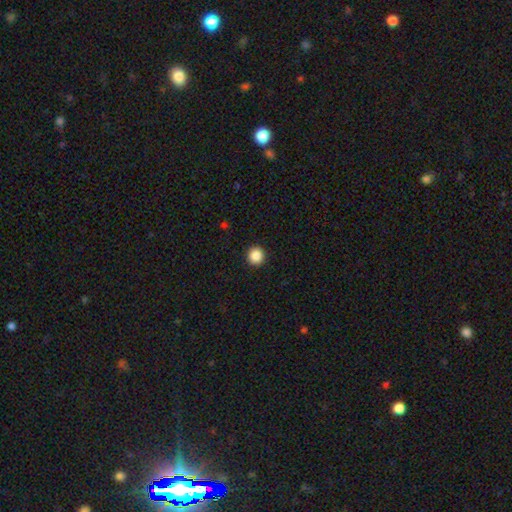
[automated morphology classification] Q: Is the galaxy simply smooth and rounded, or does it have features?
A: smooth — 88%.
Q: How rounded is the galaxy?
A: round — 94%.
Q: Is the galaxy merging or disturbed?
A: none — 93%.